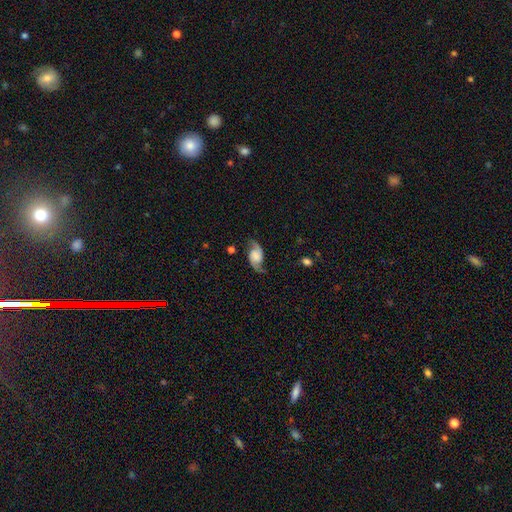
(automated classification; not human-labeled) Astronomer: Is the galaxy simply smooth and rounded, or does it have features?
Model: featured or disk — 82%.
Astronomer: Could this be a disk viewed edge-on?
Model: no — 97%.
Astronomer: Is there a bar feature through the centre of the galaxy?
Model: no — 59%.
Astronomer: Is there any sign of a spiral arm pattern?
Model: yes — 96%.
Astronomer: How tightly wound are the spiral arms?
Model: loose — 54% (runner-up: medium, 36%).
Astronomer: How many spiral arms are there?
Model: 2 — 93%.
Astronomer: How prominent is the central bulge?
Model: none — 36% (runner-up: large, 26%).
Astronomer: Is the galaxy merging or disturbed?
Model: none — 75%.